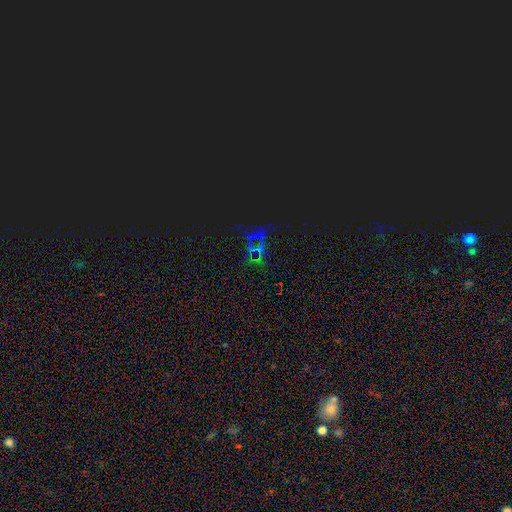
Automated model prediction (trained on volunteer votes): Smooth or featured: star or artifact — 73% (smooth — 15%)